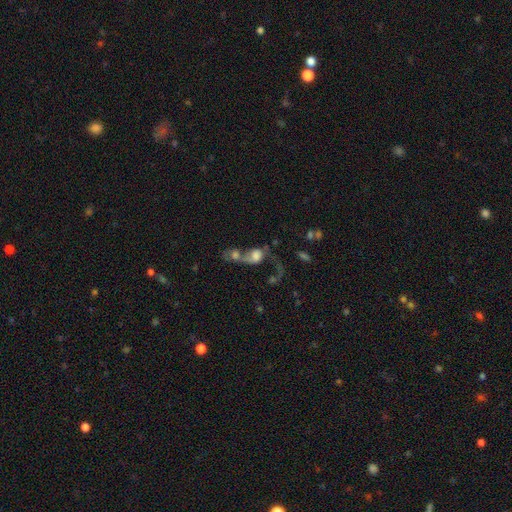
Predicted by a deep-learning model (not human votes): Overall: smooth (45%; featured or disk 41%). Merging: merger (73%).